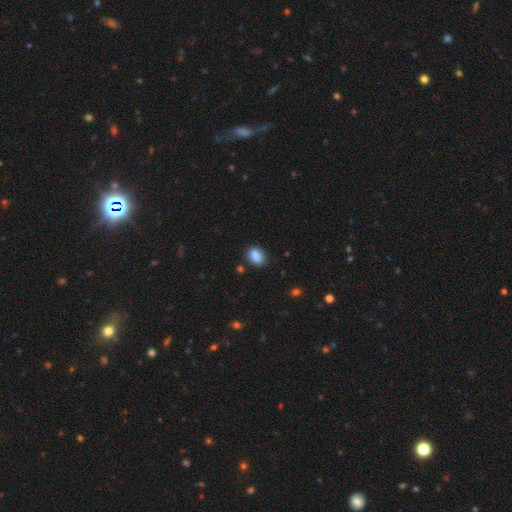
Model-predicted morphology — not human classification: smooth_or_featured: smooth (p=0.87) [alt: star or artifact p=0.09]
how_rounded: in between (p=0.71) [alt: round p=0.28]
merging: none (p=0.78) [alt: minor disturbance p=0.15]